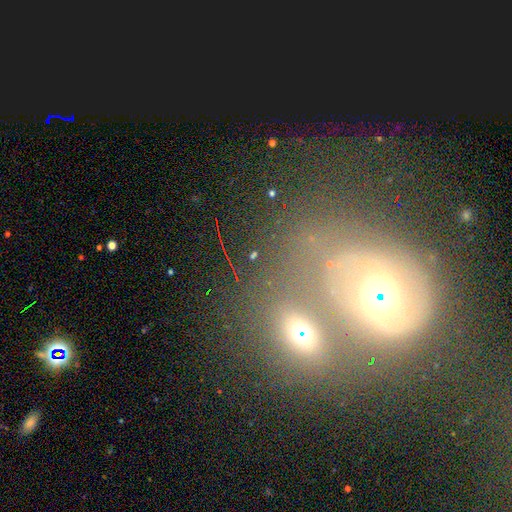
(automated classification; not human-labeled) Smooth or featured: featured or disk — 51% (smooth — 31%)
Edge-on disk: no — 93% (yes — 7%)
Merging: merger — 54% (none — 26%)